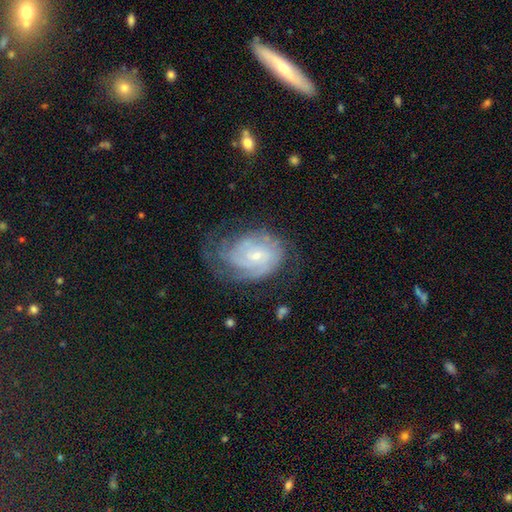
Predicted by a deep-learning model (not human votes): Smooth or featured?
  - featured or disk: 79% *
  - smooth: 14%
  - star or artifact: 7%
Edge-on disk?
  - no: 97% *
  - yes: 3%
Bar?
  - no: 58% *
  - weak: 35%
  - strong: 6%
Spiral arms?
  - yes: 92% *
  - no: 8%
Spiral winding?
  - tight: 60% *
  - medium: 30%
  - loose: 10%
Spiral arm count?
  - can't tell: 41% *
  - 2: 25%
  - 3: 17%
  - 4: 7%
  - 1: 6%
  - more than 4: 4%
Bulge size?
  - small: 71% *
  - moderate: 24%
  - none: 3%
  - large: 1%
  - dominant: 1%
Merging?
  - none: 54% *
  - minor disturbance: 25%
  - major disturbance: 18%
  - merger: 2%